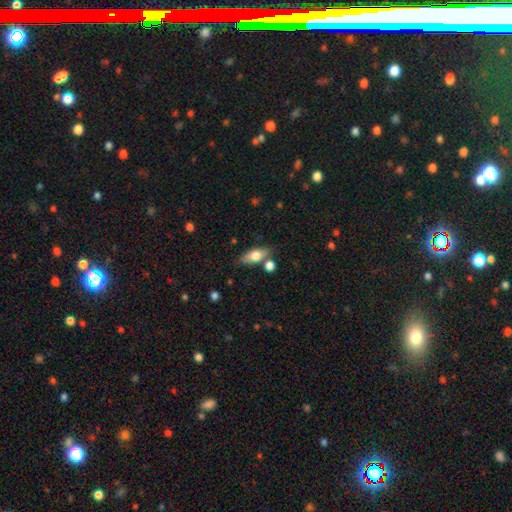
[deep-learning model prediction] Overall: smooth (69%). How rounded: in between (79%). Merging: none (67%).